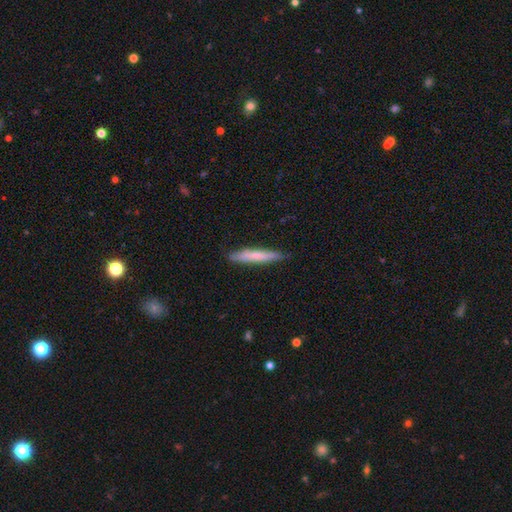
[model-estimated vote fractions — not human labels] Smooth or featured? smooth (68%)
How rounded? cigar-shaped (94%)
Merging? none (86%)